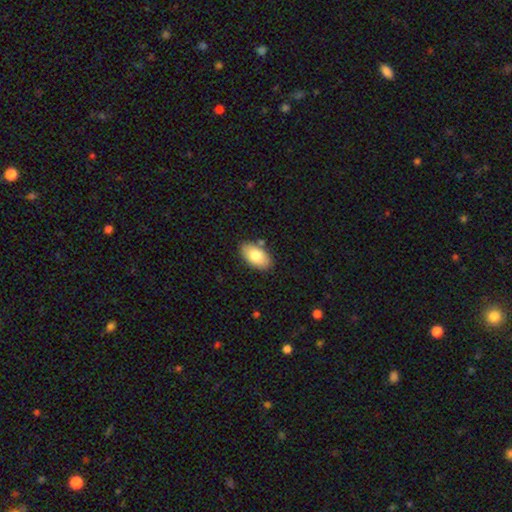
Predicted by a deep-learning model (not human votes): This appears to be a smooth galaxy with no disk features (80%) that is in between round and cigar-shaped (94%). Merging: none (83%).